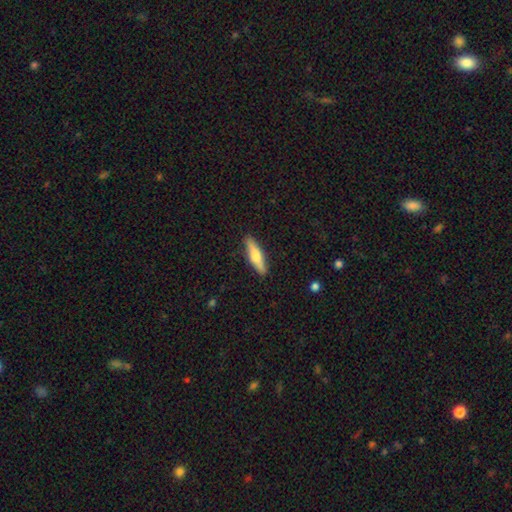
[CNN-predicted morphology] A smooth galaxy with no disk features (60%) that is cigar-shaped (76%). Merging: none (89%).